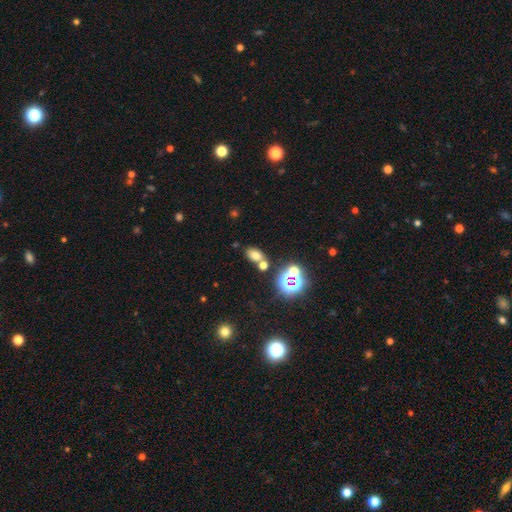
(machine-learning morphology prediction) smooth_or_featured: smooth (p=0.67) [alt: star or artifact p=0.23]
how_rounded: in between (p=0.80) [alt: round p=0.18]
merging: none (p=0.64) [alt: merger p=0.20]